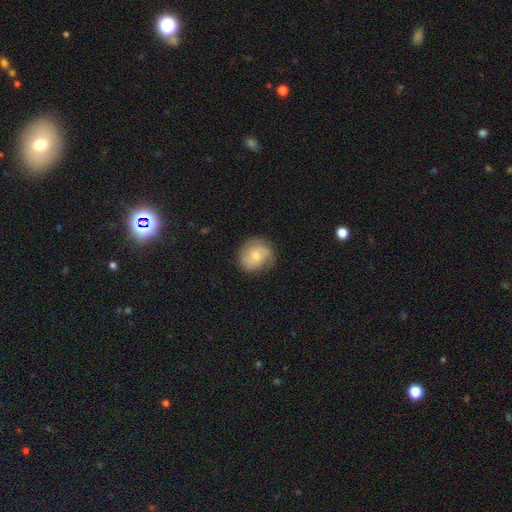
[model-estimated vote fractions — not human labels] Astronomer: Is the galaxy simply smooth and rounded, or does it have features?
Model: smooth — 48% (runner-up: featured or disk, 45%).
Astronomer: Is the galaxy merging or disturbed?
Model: none — 70%.